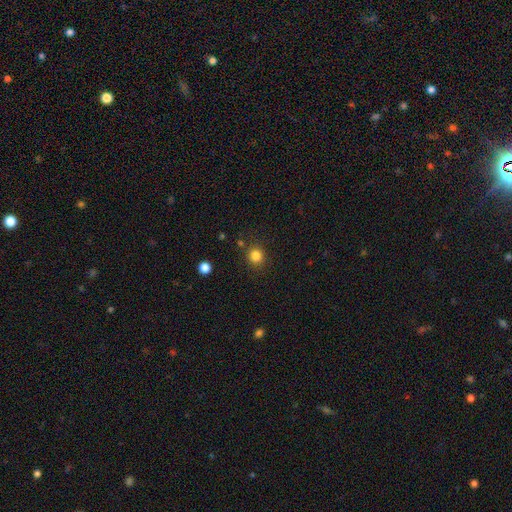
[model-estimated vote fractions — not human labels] Q: Smooth or featured?
A: smooth (83%); runner-up: star or artifact (12%)
Q: How rounded?
A: round (90%); runner-up: in between (9%)
Q: Merging?
A: none (87%); runner-up: minor disturbance (8%)